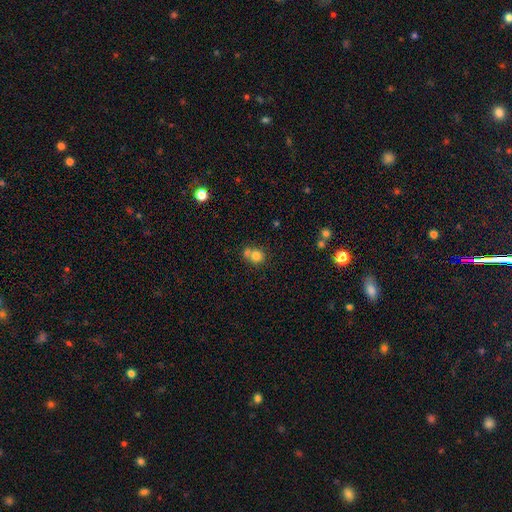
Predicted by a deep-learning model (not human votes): Overall: smooth (77%). How rounded: round (81%). Merging: none (44%; merger 42%).